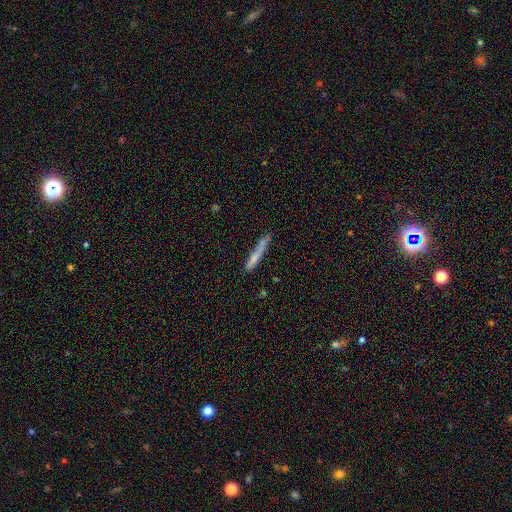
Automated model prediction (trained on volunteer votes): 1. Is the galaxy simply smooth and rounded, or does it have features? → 68% smooth, 24% featured or disk, 8% star or artifact.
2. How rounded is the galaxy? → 94% cigar-shaped, 4% in between, 1% round.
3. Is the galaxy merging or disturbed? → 69% none, 20% minor disturbance, 6% merger, 6% major disturbance.